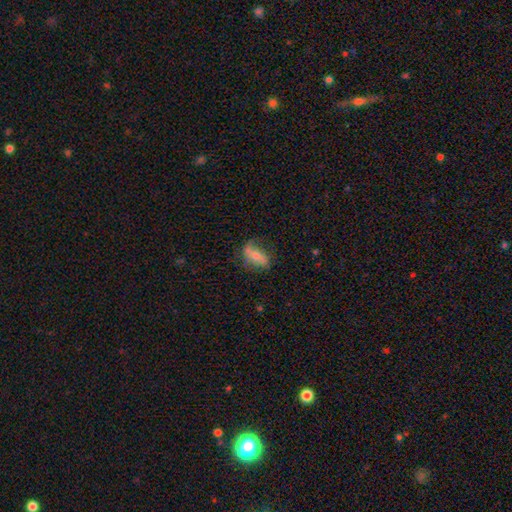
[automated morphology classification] A smooth galaxy with no disk features (53%) that is in between round and cigar-shaped (83%).

Vote fractions:
- Smooth or featured? smooth: 53% / featured or disk: 39% / star or artifact: 8%
- How rounded? in between: 83% / cigar-shaped: 10% / round: 7%
- Merging? none: 57% / minor disturbance: 27% / major disturbance: 14% / merger: 2%